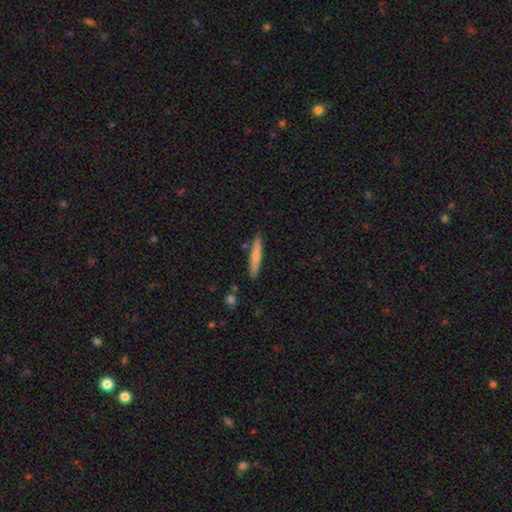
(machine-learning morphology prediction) The model was most divided on "smooth or featured": smooth: 67%, featured or disk: 27%, star or artifact: 6%. More confident: how rounded — cigar-shaped (93%); merging — none (85%).